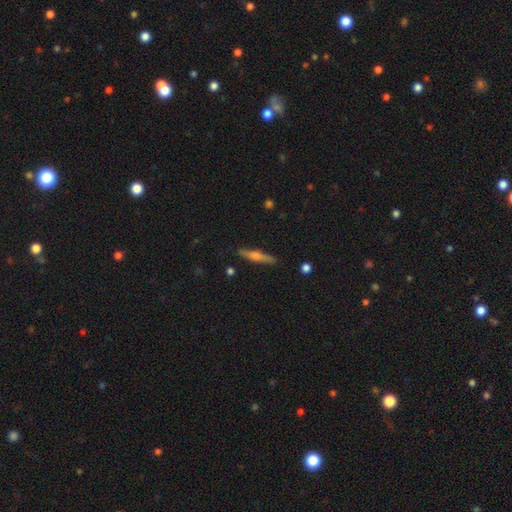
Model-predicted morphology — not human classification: This is likely a featured or disk galaxy (62%). It is clearly viewed edge-on (96%). Edge-on bulge: clearly rounded (83%). Merging: clearly none (89%).